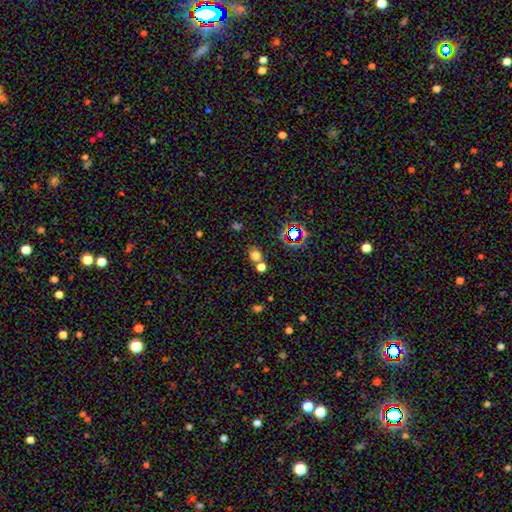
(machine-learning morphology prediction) This appears to be a smooth galaxy with no disk features (67%) that is round (73%). Merging: none (65%).